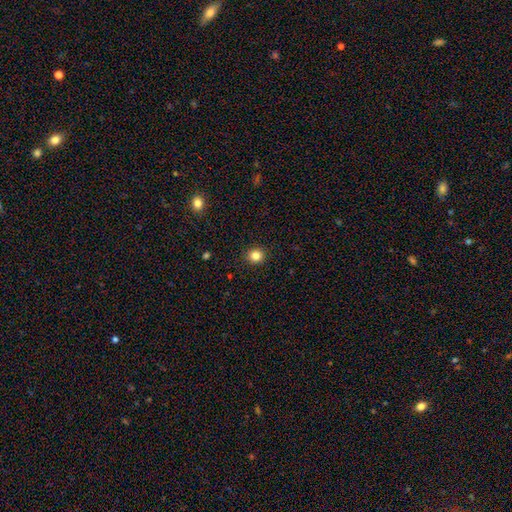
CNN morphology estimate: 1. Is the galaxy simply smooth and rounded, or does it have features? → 84% smooth, 12% star or artifact, 5% featured or disk.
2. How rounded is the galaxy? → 88% round, 11% in between, 1% cigar-shaped.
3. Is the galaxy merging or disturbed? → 92% none, 6% minor disturbance, 2% major disturbance, 1% merger.